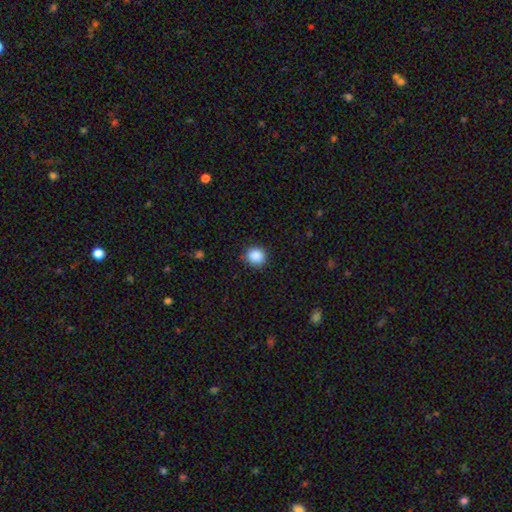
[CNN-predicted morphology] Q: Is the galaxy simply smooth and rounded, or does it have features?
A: smooth — 88%.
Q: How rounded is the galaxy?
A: round — 90%.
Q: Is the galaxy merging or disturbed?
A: none — 86%.